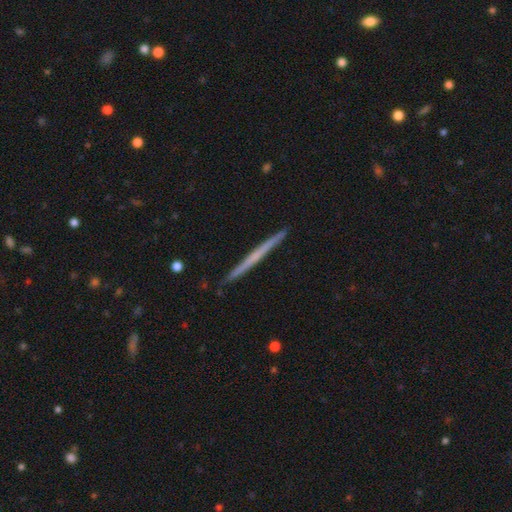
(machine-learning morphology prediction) Smooth or featured? Predicted: featured or disk (p=0.57). Edge-on disk? Predicted: yes (p=0.98). Edge-on bulge? Predicted: none (p=0.85). Merging? Predicted: none (p=0.92).